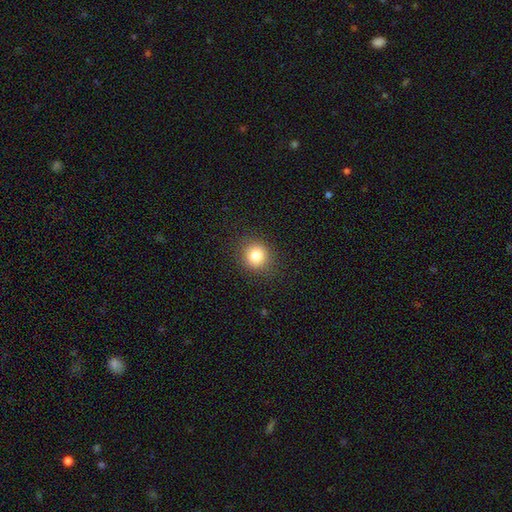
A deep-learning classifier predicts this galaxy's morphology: Smooth or featured: smooth — 82% (star or artifact — 12%)
How rounded: round — 89% (in between — 10%)
Merging: none — 89% (minor disturbance — 7%)